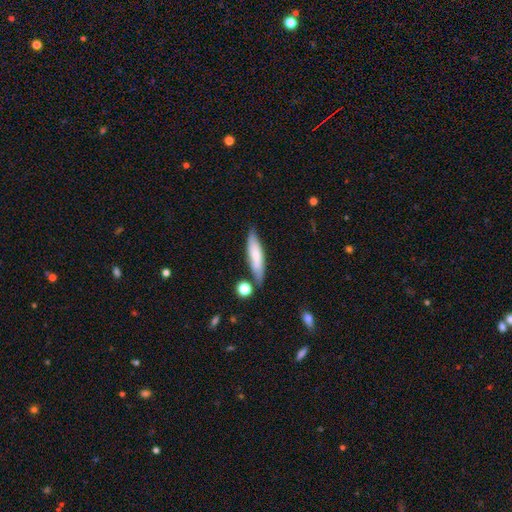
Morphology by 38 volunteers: This is likely a smooth galaxy (61%). How rounded: clearly cigar-shaped (96%). Merging: likely none (74%).